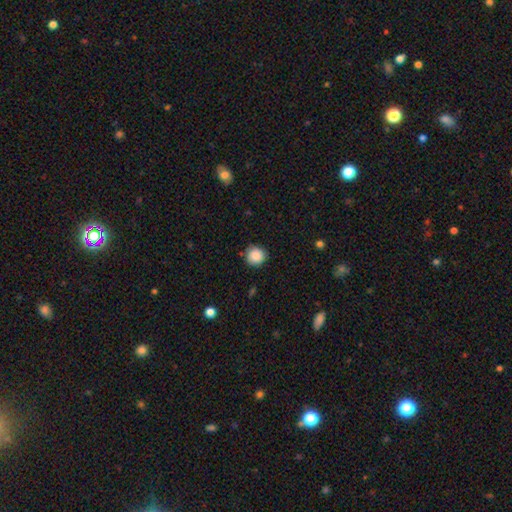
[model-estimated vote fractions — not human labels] Smooth or featured?
  - smooth: 88% *
  - star or artifact: 9%
  - featured or disk: 4%
How rounded?
  - round: 92% *
  - in between: 7%
  - cigar-shaped: 1%
Merging?
  - none: 86% *
  - minor disturbance: 10%
  - major disturbance: 2%
  - merger: 1%